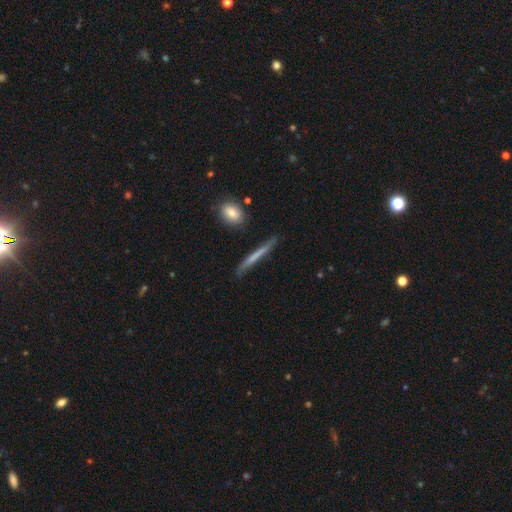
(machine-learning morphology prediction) smooth_or_featured: smooth (p=0.52) [alt: featured or disk p=0.41]
how_rounded: cigar-shaped (p=0.95) [alt: in between p=0.03]
merging: none (p=0.79) [alt: minor disturbance p=0.15]